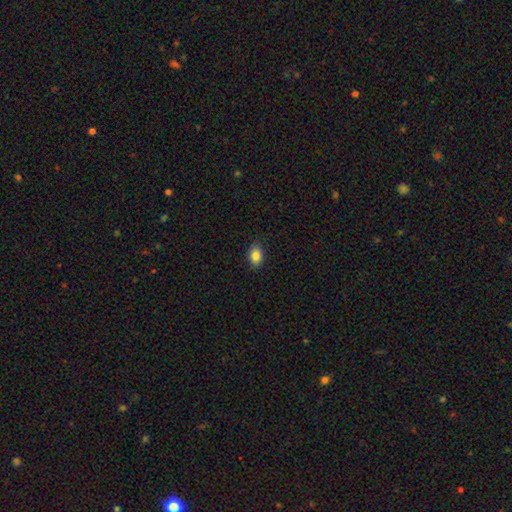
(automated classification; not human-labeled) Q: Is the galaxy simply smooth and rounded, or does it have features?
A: smooth — 85%.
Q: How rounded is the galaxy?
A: in between — 82%.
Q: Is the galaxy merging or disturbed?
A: none — 87%.